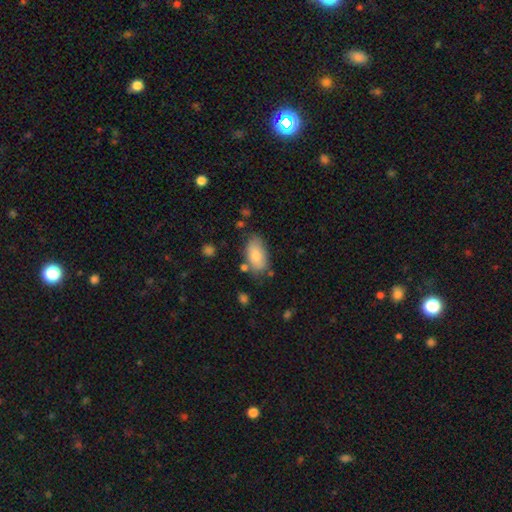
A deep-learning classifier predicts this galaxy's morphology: Overall: smooth (80%). How rounded: in between (93%). Merging: none (67%).